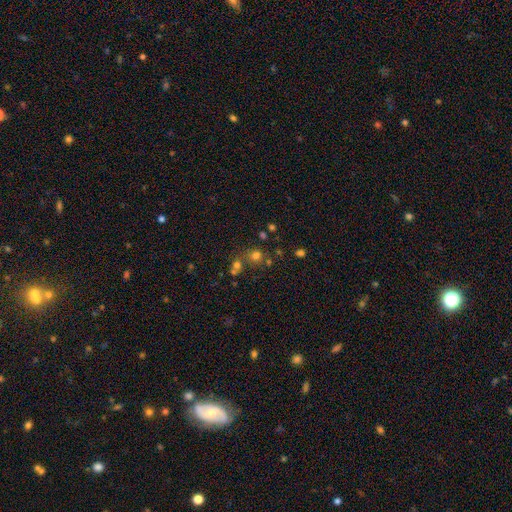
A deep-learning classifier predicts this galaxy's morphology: A smooth galaxy with no disk features (66%) that is round (84%).

Vote fractions:
- Smooth or featured? smooth: 66% / star or artifact: 25% / featured or disk: 9%
- How rounded? round: 84% / in between: 15% / cigar-shaped: 1%
- Merging? none: 60% / merger: 26% / minor disturbance: 9% / major disturbance: 5%